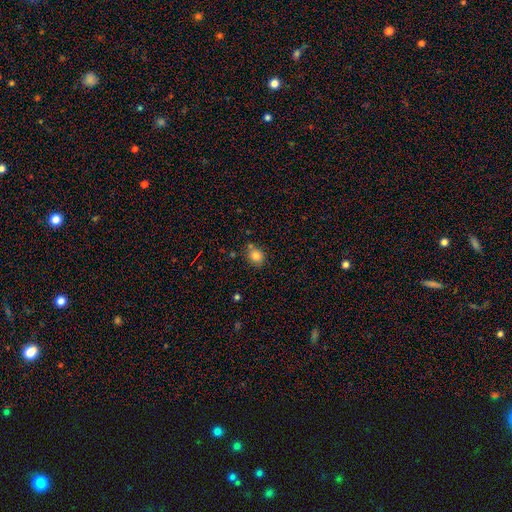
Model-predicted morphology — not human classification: Smooth or featured? smooth (81%)
How rounded? round (76%)
Merging? none (72%)